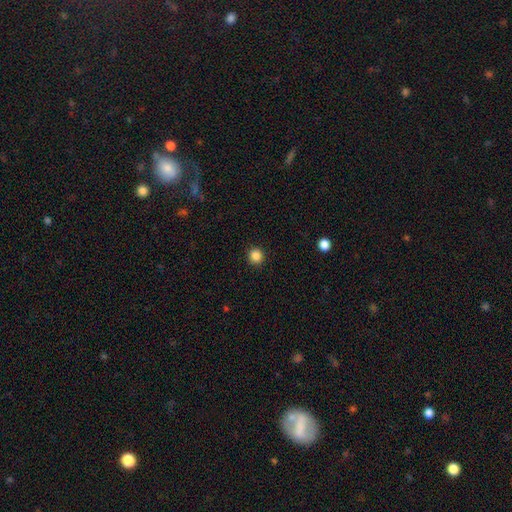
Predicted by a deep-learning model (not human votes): Q: Smooth or featured?
A: smooth (86%); runner-up: star or artifact (11%)
Q: How rounded?
A: round (94%); runner-up: in between (6%)
Q: Merging?
A: none (92%); runner-up: minor disturbance (5%)